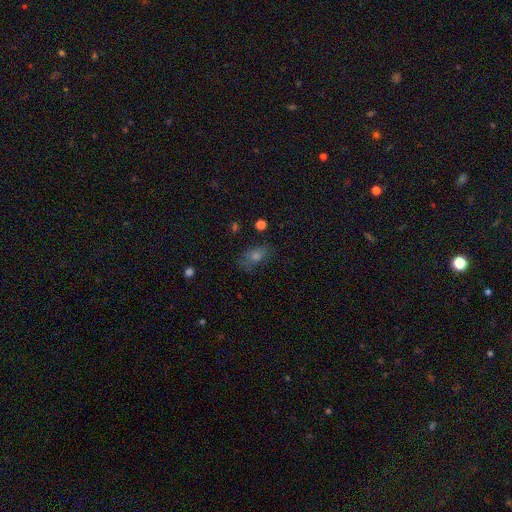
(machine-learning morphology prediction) The model was most divided on "smooth or featured": smooth: 56%, star or artifact: 24%, featured or disk: 20%. More confident: how rounded — in between (78%); merging — none (70%).